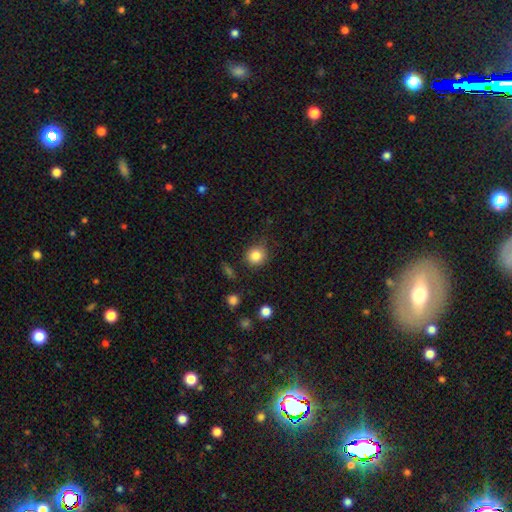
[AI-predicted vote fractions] smooth 84%, star or artifact 11%, featured or disk 5%. Down the decision tree: how rounded — round (90%); merging — none (81%).